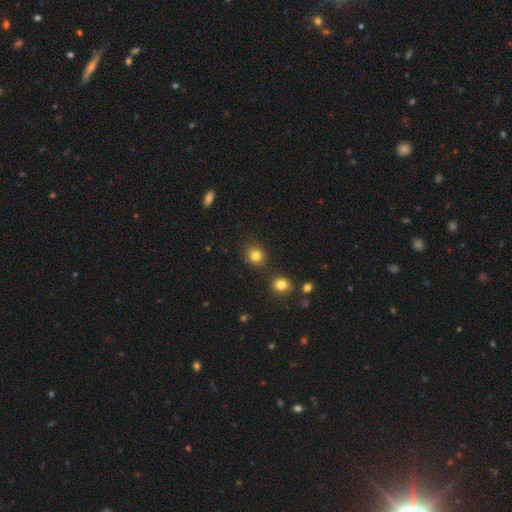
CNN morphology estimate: smooth 82%, star or artifact 13%, featured or disk 5%. Down the decision tree: how rounded — round (85%); merging — none (85%).